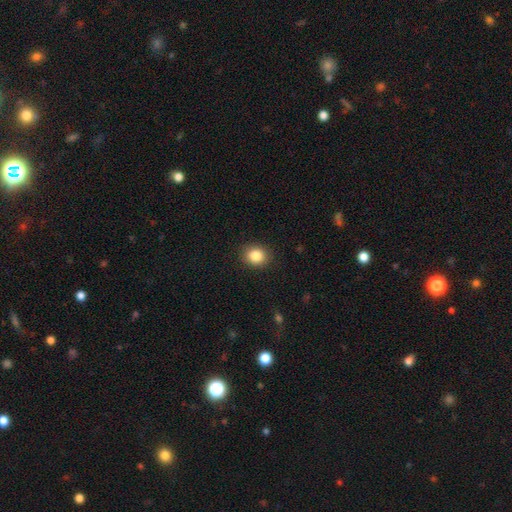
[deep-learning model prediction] smooth 86%, star or artifact 9%, featured or disk 5%. Down the decision tree: how rounded — round (70%); merging — none (90%).